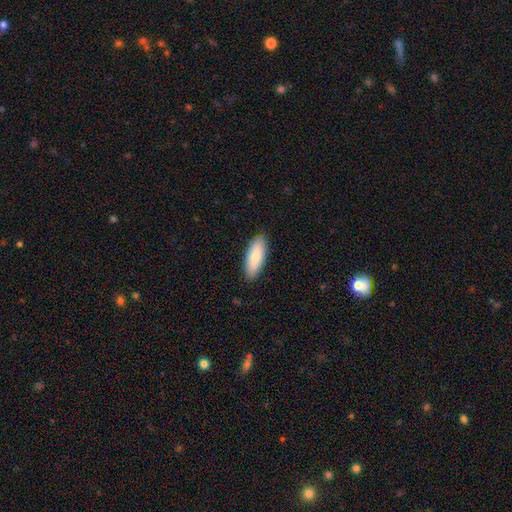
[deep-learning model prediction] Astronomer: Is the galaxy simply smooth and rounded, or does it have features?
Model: smooth — 83%.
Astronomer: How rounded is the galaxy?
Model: in between — 73%.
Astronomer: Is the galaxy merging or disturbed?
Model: none — 88%.